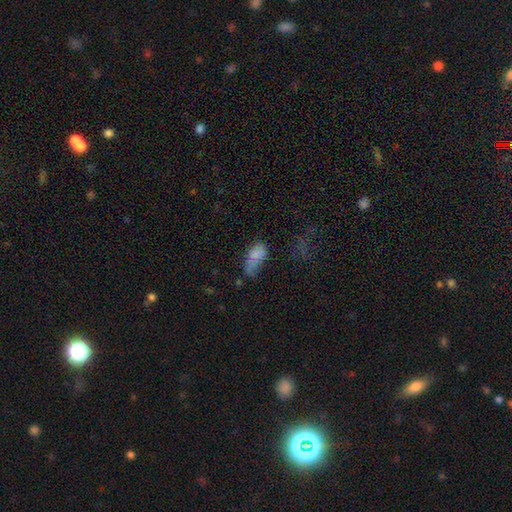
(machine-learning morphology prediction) Q: Smooth or featured?
A: smooth (68%); runner-up: featured or disk (18%)
Q: How rounded?
A: in between (89%); runner-up: cigar-shaped (6%)
Q: Merging?
A: major disturbance (34%); runner-up: none (27%)